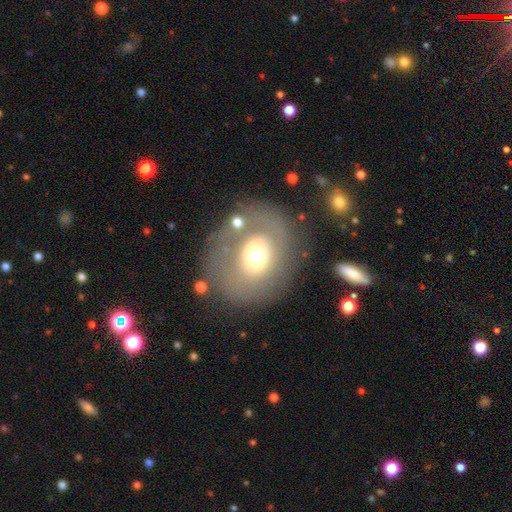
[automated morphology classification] Smooth or featured?
  - smooth: 48% *
  - featured or disk: 41%
  - star or artifact: 11%
Merging?
  - none: 62% *
  - minor disturbance: 16%
  - major disturbance: 15%
  - merger: 8%